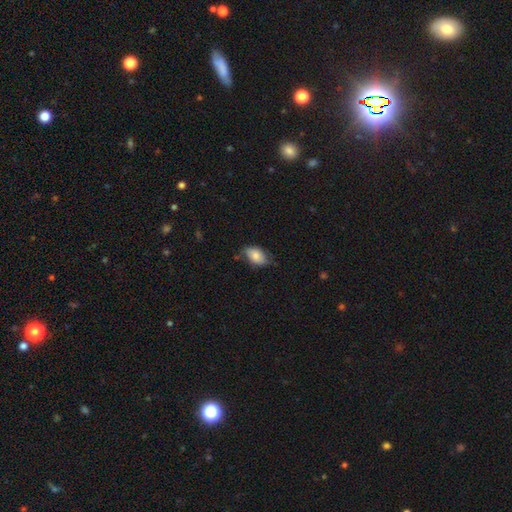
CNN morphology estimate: Smooth or featured: smooth — 77% (featured or disk — 16%)
How rounded: in between — 91% (round — 7%)
Merging: none — 63% (minor disturbance — 29%)